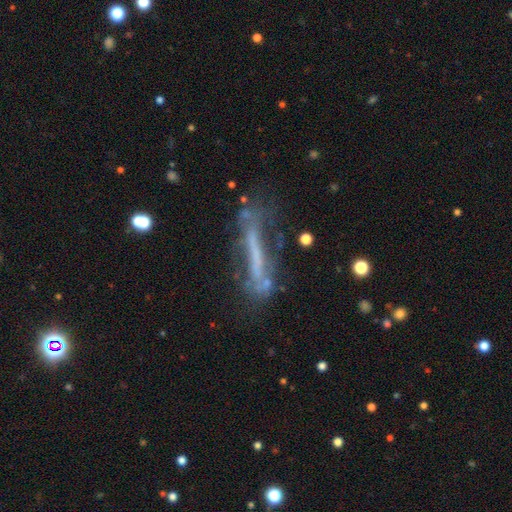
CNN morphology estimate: A featured or disk galaxy (57%) viewed edge-on (56%).

Vote fractions:
- Smooth or featured? featured or disk: 57% / smooth: 30% / star or artifact: 12%
- Edge-on disk? yes: 56% / no: 44%
- Merging? none: 48% / minor disturbance: 24% / major disturbance: 21% / merger: 8%